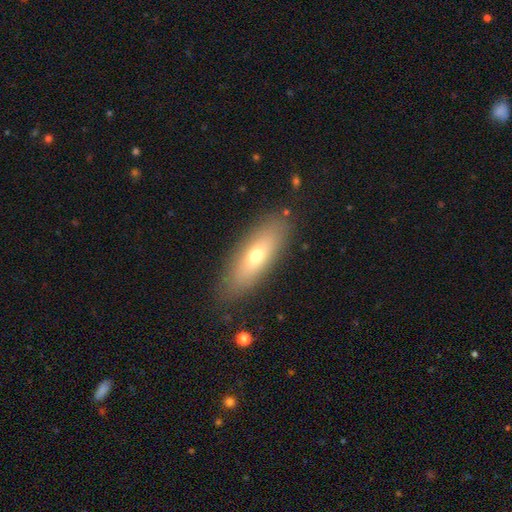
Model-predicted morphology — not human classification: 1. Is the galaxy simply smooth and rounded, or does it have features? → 63% smooth, 29% featured or disk, 8% star or artifact.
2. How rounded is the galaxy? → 59% in between, 38% cigar-shaped, 3% round.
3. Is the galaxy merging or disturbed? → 85% none, 10% minor disturbance, 3% major disturbance, 1% merger.